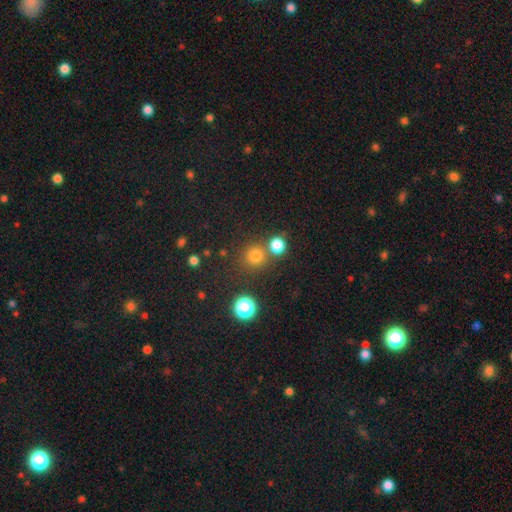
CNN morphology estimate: Smooth or featured? smooth (75%)
How rounded? round (93%)
Merging? none (74%)